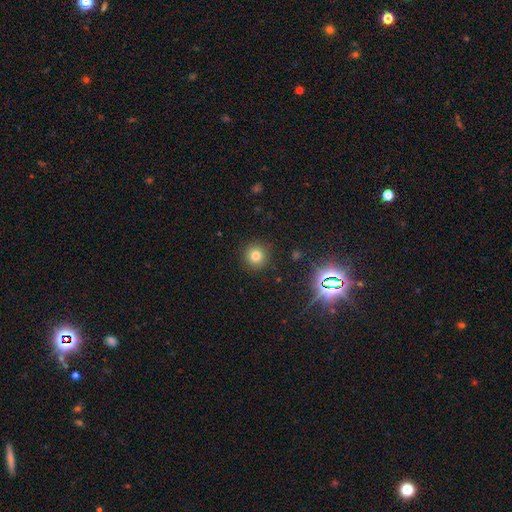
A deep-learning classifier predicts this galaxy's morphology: This is likely a smooth galaxy (77%). How rounded: clearly round (94%). Merging: clearly none (90%).